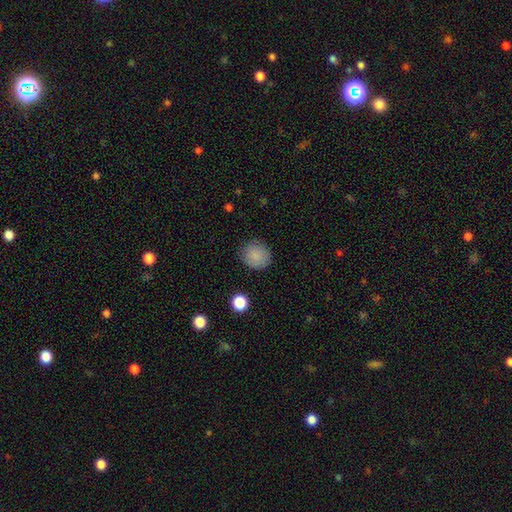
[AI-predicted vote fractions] smooth 86%, star or artifact 9%, featured or disk 5%. Down the decision tree: how rounded — round (86%); merging — none (86%).